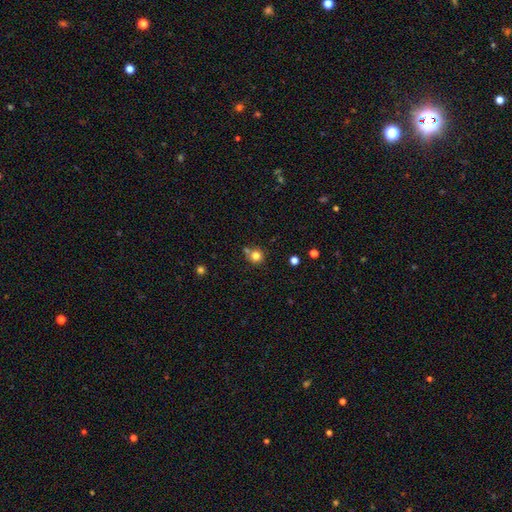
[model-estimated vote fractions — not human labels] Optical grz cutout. It shows a smooth galaxy with no disk features (79%) that is round (92%). Merging: none (70%).